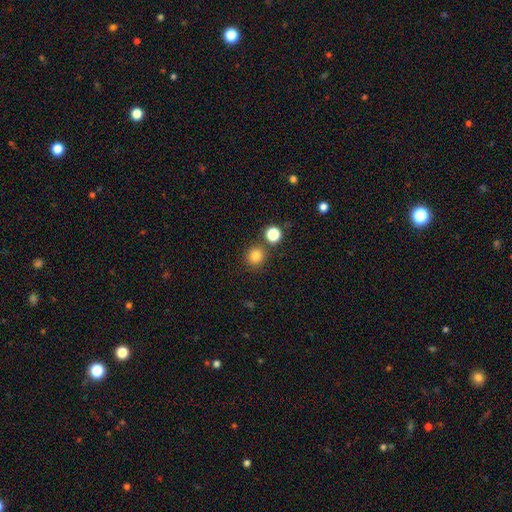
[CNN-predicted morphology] A smooth galaxy with no disk features (82%) that is round (91%). Merging: none (81%).